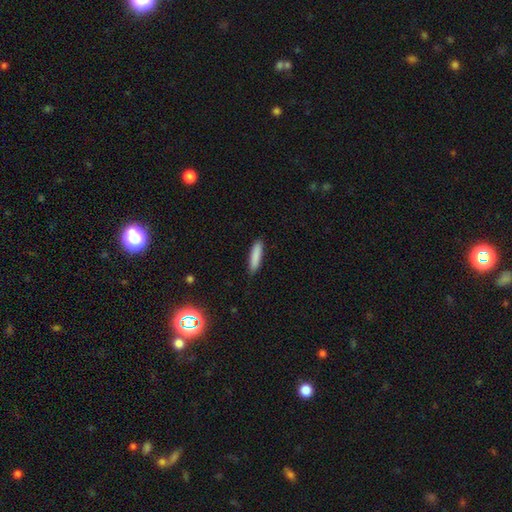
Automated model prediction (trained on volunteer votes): A smooth galaxy with no disk features (87%) that is cigar-shaped (81%). Merging: none (88%).